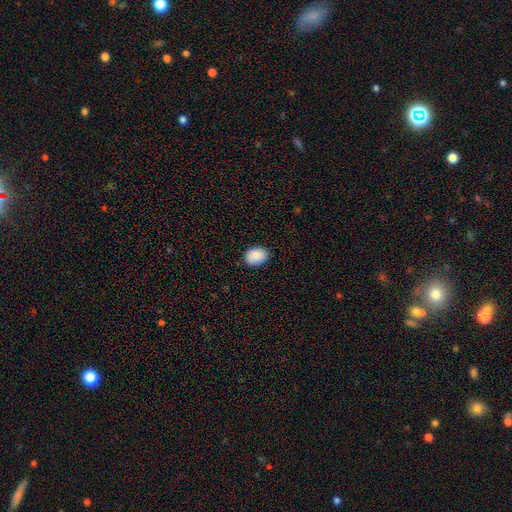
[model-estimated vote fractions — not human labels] Smooth or featured?
  - smooth: 89% *
  - star or artifact: 7%
  - featured or disk: 3%
How rounded?
  - in between: 63% *
  - round: 36%
  - cigar-shaped: 1%
Merging?
  - none: 85% *
  - minor disturbance: 11%
  - major disturbance: 2%
  - merger: 1%